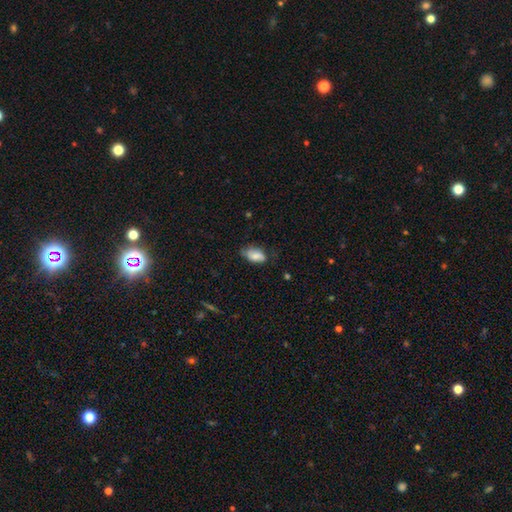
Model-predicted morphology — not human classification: Smooth or featured: smooth — 78% (featured or disk — 14%)
How rounded: in between — 93% (round — 4%)
Merging: none — 61% (minor disturbance — 31%)